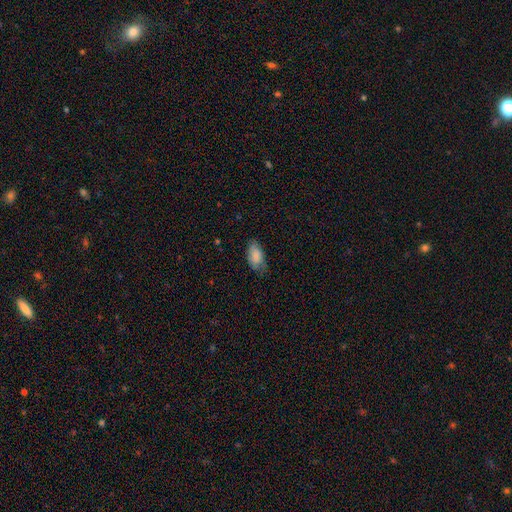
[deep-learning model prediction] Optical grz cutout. It shows a smooth galaxy with no disk features (85%) that is in between round and cigar-shaped (93%). Merging: none (63%).